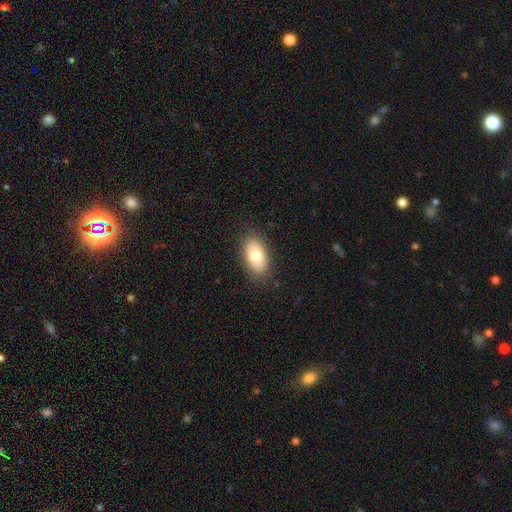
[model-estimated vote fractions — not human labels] smooth-or-featured: smooth: 77% | featured or disk: 16% | star or artifact: 7%
  how-rounded: in between: 92% | round: 5% | cigar-shaped: 3%
  merging: none: 86% | minor disturbance: 11% | major disturbance: 3% | merger: 1%